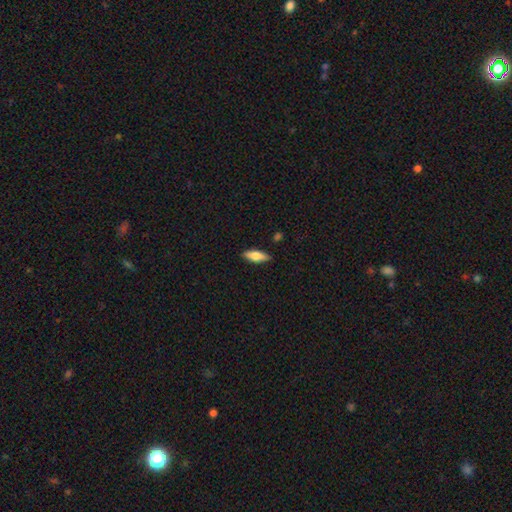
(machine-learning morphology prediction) smooth 66%, featured or disk 27%, star or artifact 6%. Down the decision tree: how rounded — in between (62%); merging — none (87%).